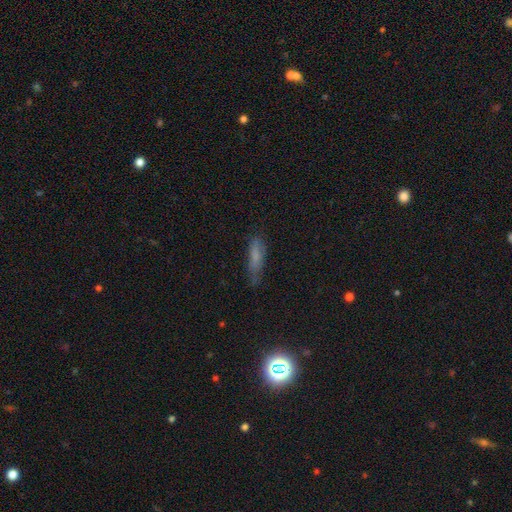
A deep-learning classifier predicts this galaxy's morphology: smooth 68%, featured or disk 20%, star or artifact 12%. Down the decision tree: how rounded — cigar-shaped (71%); merging — none (65%).